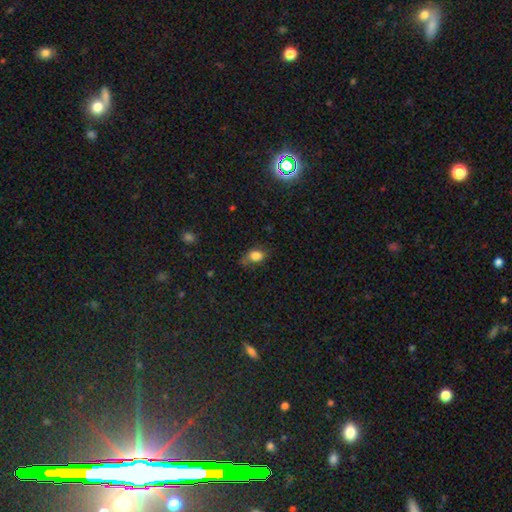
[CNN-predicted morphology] Smooth or featured?
  - smooth: 81% *
  - star or artifact: 10%
  - featured or disk: 9%
How rounded?
  - in between: 74% *
  - round: 24%
  - cigar-shaped: 2%
Merging?
  - none: 55% *
  - minor disturbance: 31%
  - major disturbance: 12%
  - merger: 2%